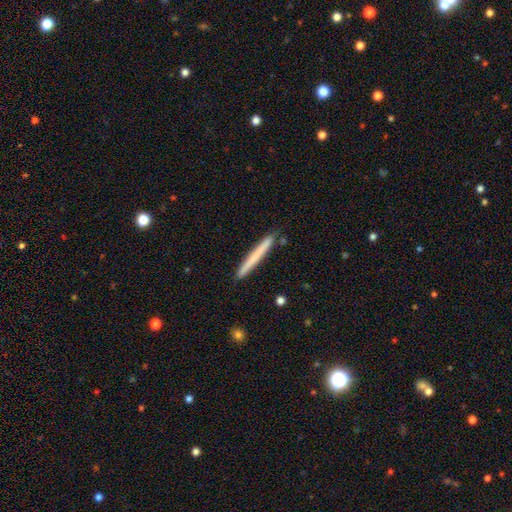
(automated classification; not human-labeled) A smooth galaxy with no disk features (65%) that is cigar-shaped (97%). Merging: none (90%).